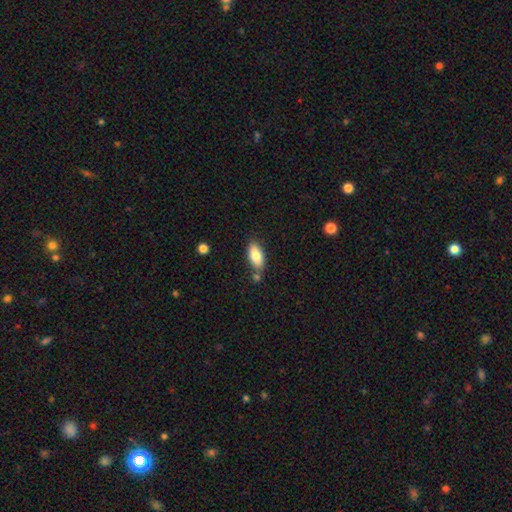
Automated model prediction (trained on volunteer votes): A smooth galaxy with no disk features (82%) that is in between round and cigar-shaped (88%). Merging: none (70%).